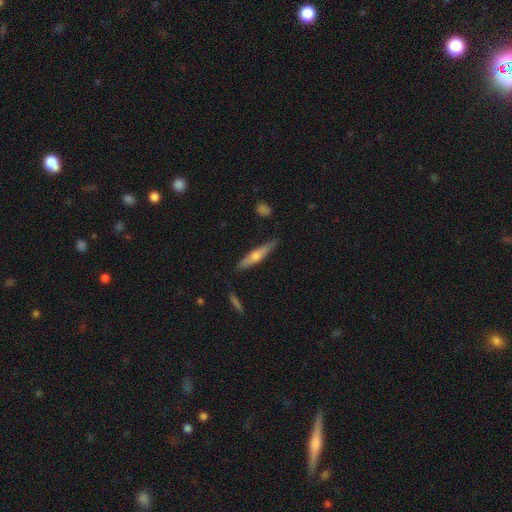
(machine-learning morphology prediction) featured or disk 52%, smooth 42%, star or artifact 6%. Down the decision tree: edge-on disk — yes (93%); merging — none (85%).